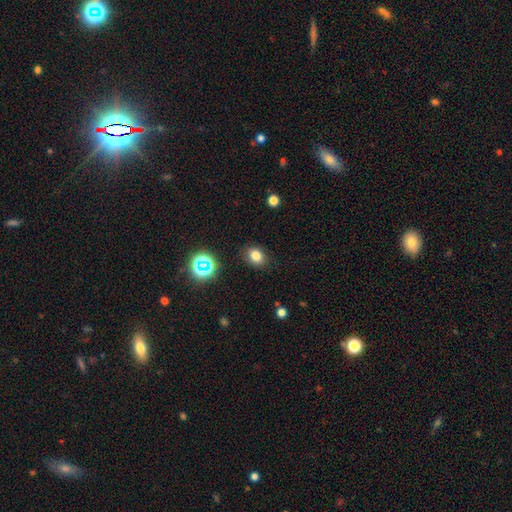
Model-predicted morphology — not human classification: This appears to be a smooth galaxy with no disk features (78%) that is in between round and cigar-shaped (57%). Merging: none (86%).